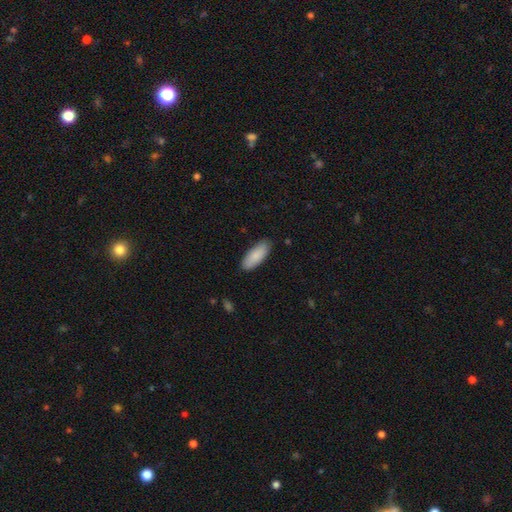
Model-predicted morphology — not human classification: Q: Smooth or featured?
A: smooth (89%); runner-up: featured or disk (6%)
Q: How rounded?
A: in between (79%); runner-up: cigar-shaped (20%)
Q: Merging?
A: none (85%); runner-up: minor disturbance (12%)